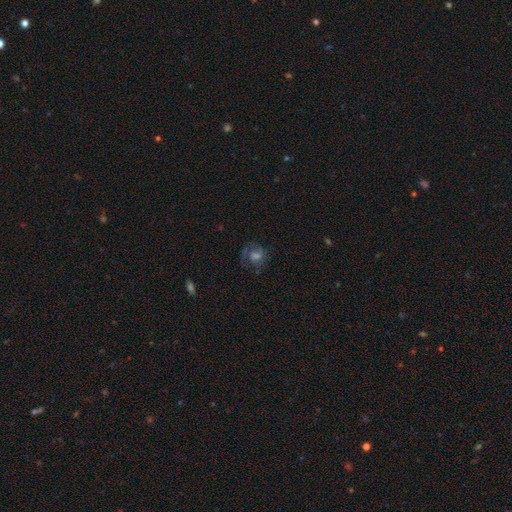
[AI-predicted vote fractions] smooth_or_featured: featured or disk (p=0.50) [alt: smooth p=0.30]
merging: none (p=0.64) [alt: minor disturbance p=0.17]